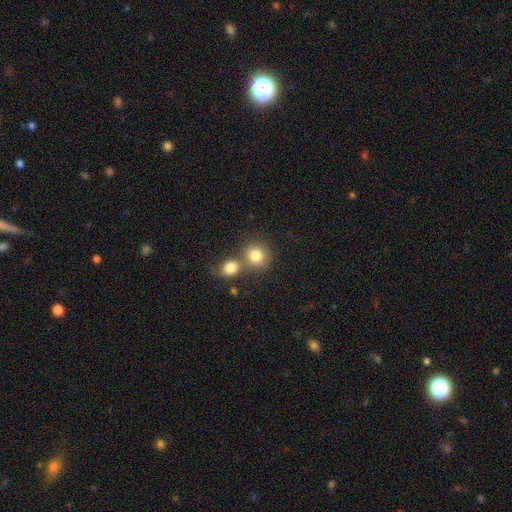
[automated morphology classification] Smooth or featured? Predicted: smooth (p=0.82). How rounded? Predicted: round (p=0.85). Merging? Predicted: none (p=0.49).